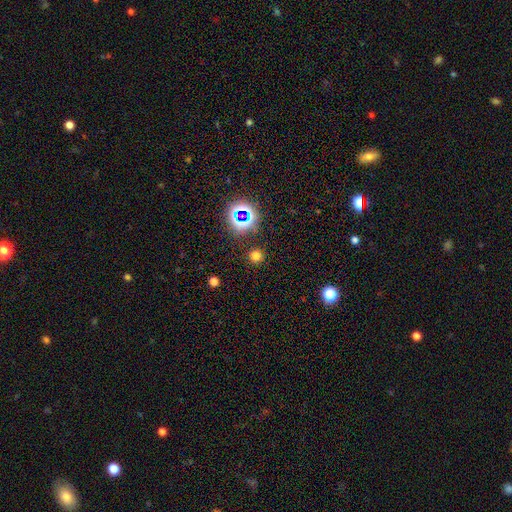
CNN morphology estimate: Q: Smooth or featured?
A: smooth (69%); runner-up: star or artifact (26%)
Q: How rounded?
A: round (93%); runner-up: in between (6%)
Q: Merging?
A: none (89%); runner-up: minor disturbance (6%)